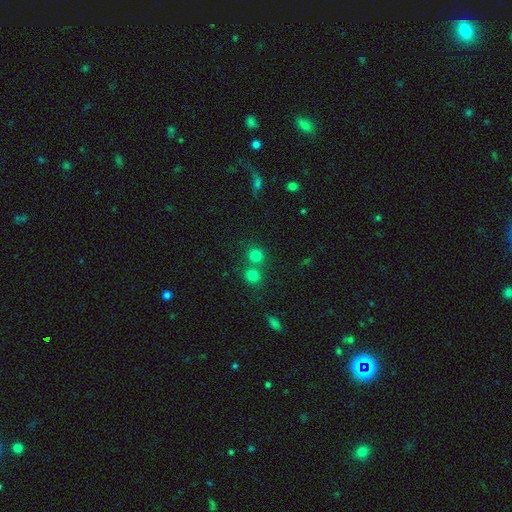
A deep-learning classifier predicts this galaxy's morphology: The model was most divided on "merging": none: 60%, merger: 31%, minor disturbance: 7%, major disturbance: 3%. More confident: how rounded — round (88%); smooth or featured — smooth (76%).